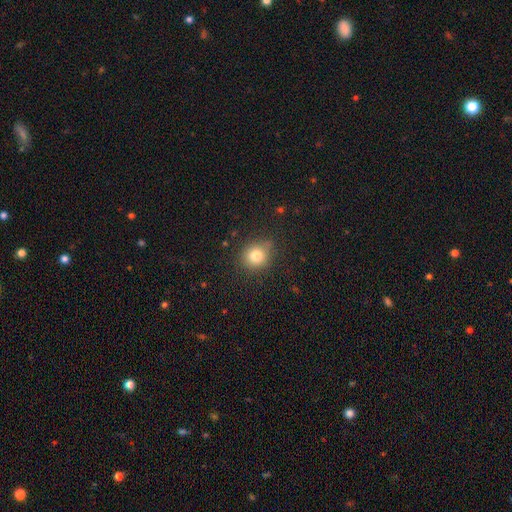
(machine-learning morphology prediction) Smooth or featured: smooth — 79% (star or artifact — 13%)
How rounded: round — 80% (in between — 19%)
Merging: none — 79% (minor disturbance — 15%)